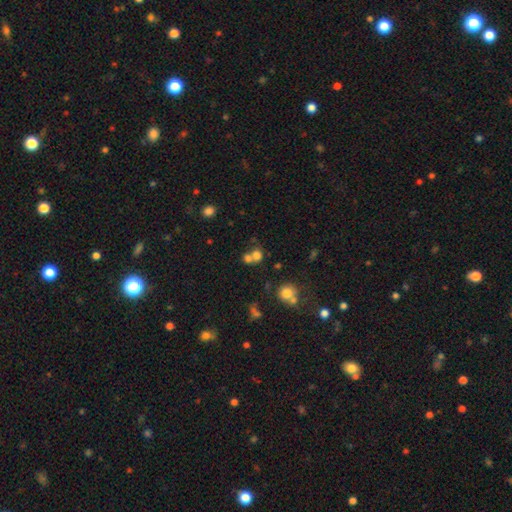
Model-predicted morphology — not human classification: Overall: smooth (70%). How rounded: round (77%). Merging: merger (49%; none 40%).